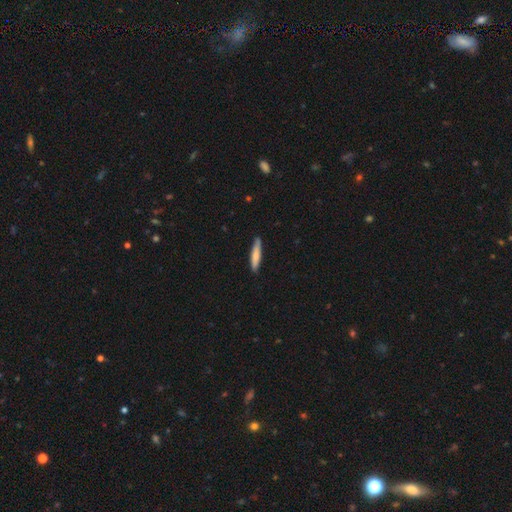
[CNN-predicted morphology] Smooth or featured? Predicted: smooth (p=0.73). How rounded? Predicted: cigar-shaped (p=0.88). Merging? Predicted: none (p=0.84).